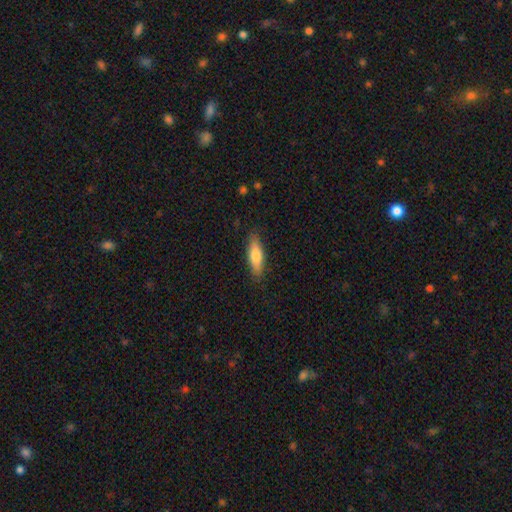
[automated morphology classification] type=smooth (72%); roundness=cigar-shaped (53%); merging=none (86%).